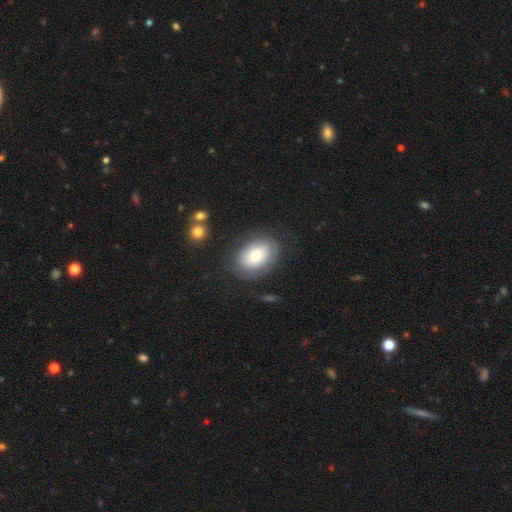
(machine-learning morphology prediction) Smooth or featured?
  - smooth: 72% *
  - featured or disk: 21%
  - star or artifact: 7%
How rounded?
  - in between: 79% *
  - round: 20%
  - cigar-shaped: 1%
Merging?
  - none: 75% *
  - minor disturbance: 15%
  - major disturbance: 8%
  - merger: 2%